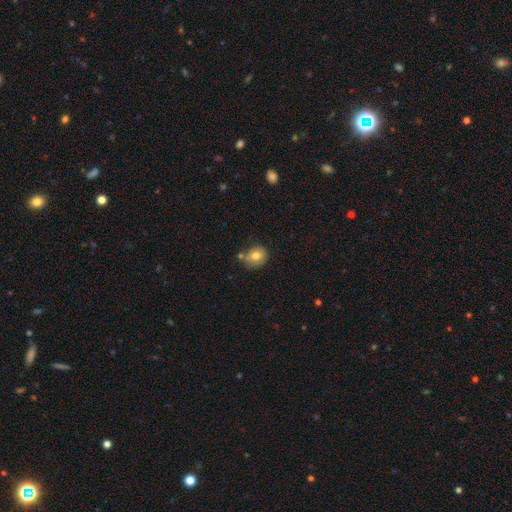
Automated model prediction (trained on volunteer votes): This is likely a smooth galaxy (78%). How rounded: likely round (79%). Merging: likely none (65%).